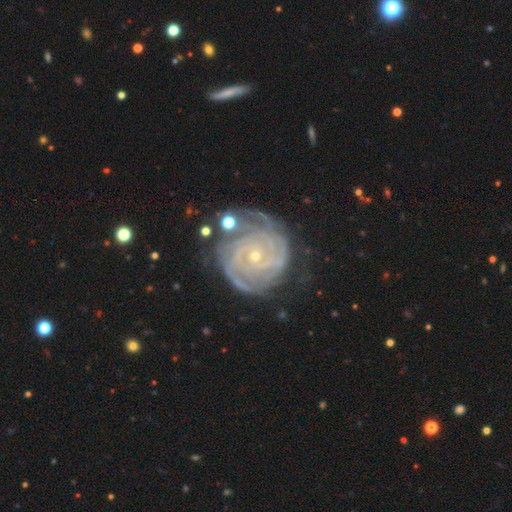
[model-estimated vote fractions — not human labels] The model was most divided on "spiral arm count": 3: 23%, 2: 22%, can't tell: 20%, 4: 19%, more than 4: 9%, 1: 7%. More confident: spiral arms — yes (98%); edge-on disk — no (98%); smooth or featured — featured or disk (90%); bulge size — small (82%); spiral winding — tight (81%); bar — no (69%); merging — none (67%).